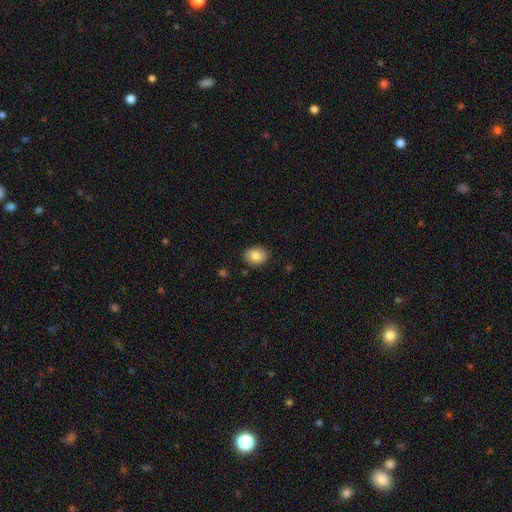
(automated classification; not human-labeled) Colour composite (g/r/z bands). It shows a smooth galaxy with no disk features (85%) that is in between round and cigar-shaped (54%). Merging: none (87%).